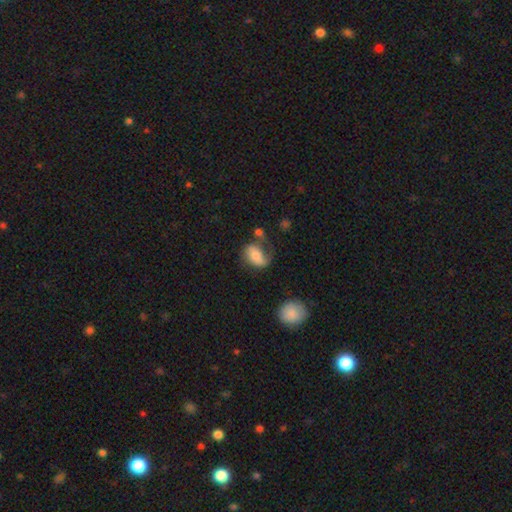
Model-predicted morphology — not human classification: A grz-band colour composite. It shows a smooth galaxy with no disk features (56%) that is in between round and cigar-shaped (79%). Merging: none (35%).